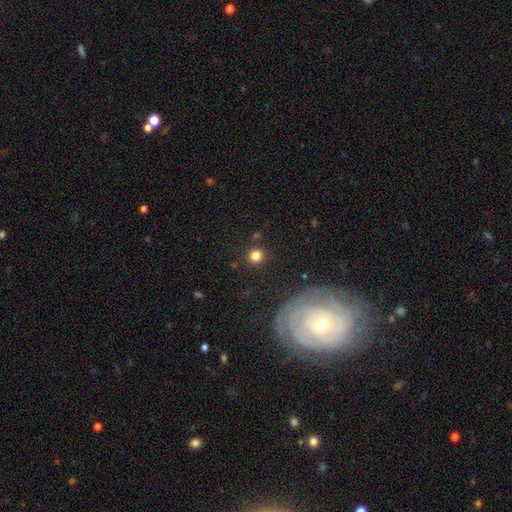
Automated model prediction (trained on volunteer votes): This is clearly a smooth galaxy (82%). How rounded: clearly round (92%). Merging: clearly none (87%).